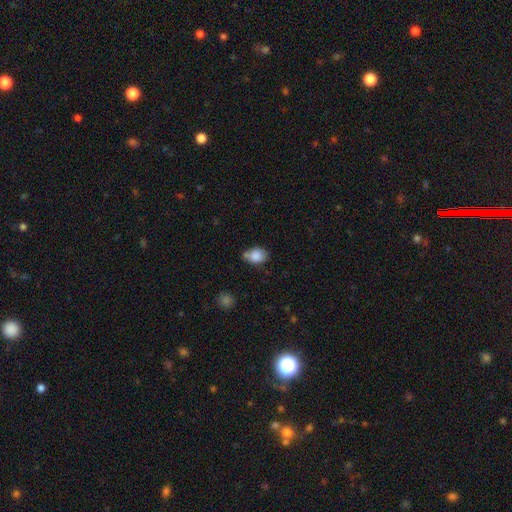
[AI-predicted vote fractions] smooth 85%, star or artifact 9%, featured or disk 7%. Down the decision tree: how rounded — in between (63%); merging — none (51%).